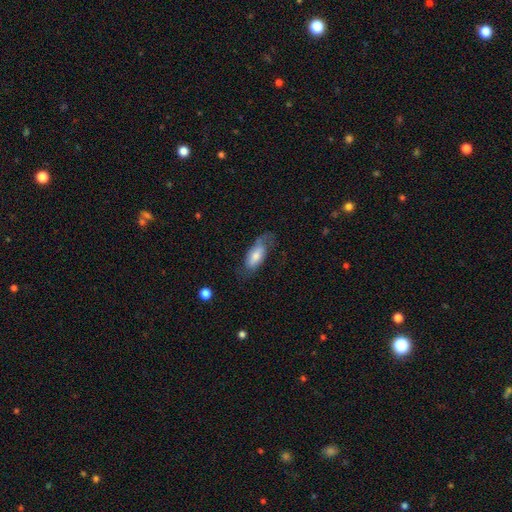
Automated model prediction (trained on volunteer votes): Smooth or featured?
  - smooth: 62% *
  - featured or disk: 31%
  - star or artifact: 7%
How rounded?
  - in between: 83% *
  - cigar-shaped: 14%
  - round: 3%
Merging?
  - none: 49% *
  - minor disturbance: 28%
  - major disturbance: 21%
  - merger: 2%